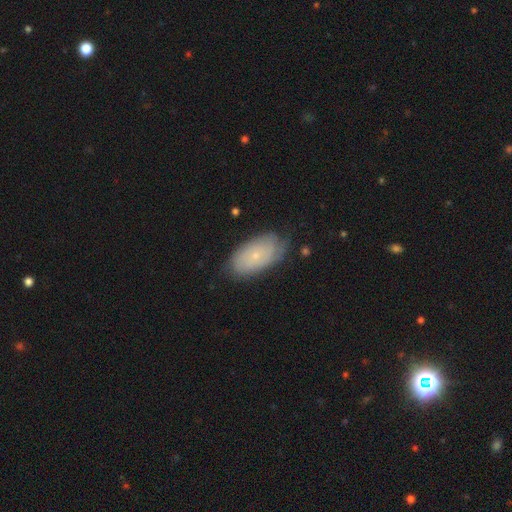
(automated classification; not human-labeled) Overall: smooth (46%, tied with featured or disk). Merging: none (71%).